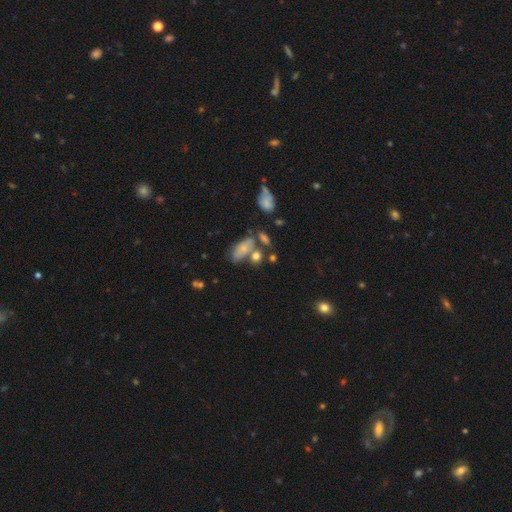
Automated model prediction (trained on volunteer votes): This appears to be a smooth galaxy with no disk features (36%). Merging: none (45%).